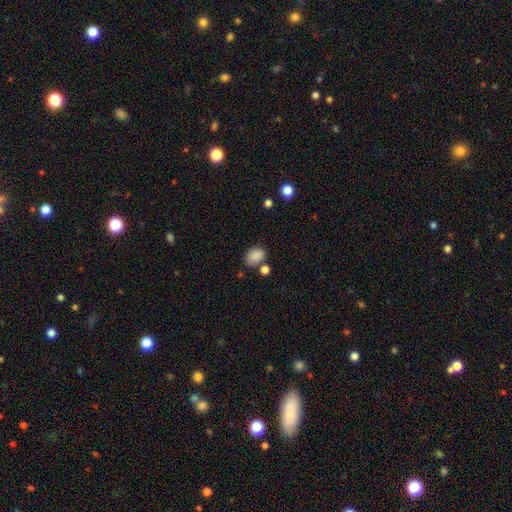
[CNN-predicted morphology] smooth-or-featured: smooth: 86% | star or artifact: 9% | featured or disk: 5%
  how-rounded: in between: 76% | round: 23% | cigar-shaped: 1%
  merging: none: 65% | minor disturbance: 17% | merger: 13% | major disturbance: 5%